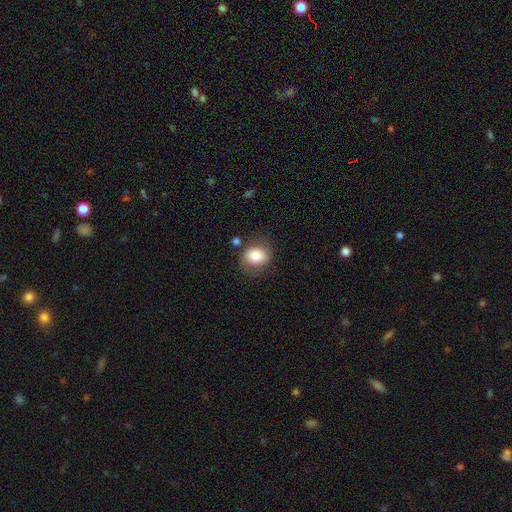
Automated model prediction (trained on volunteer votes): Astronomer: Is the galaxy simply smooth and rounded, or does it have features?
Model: smooth — 72%.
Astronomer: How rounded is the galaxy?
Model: round — 53% (runner-up: in between, 46%).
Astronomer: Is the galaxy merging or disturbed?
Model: none — 67%.